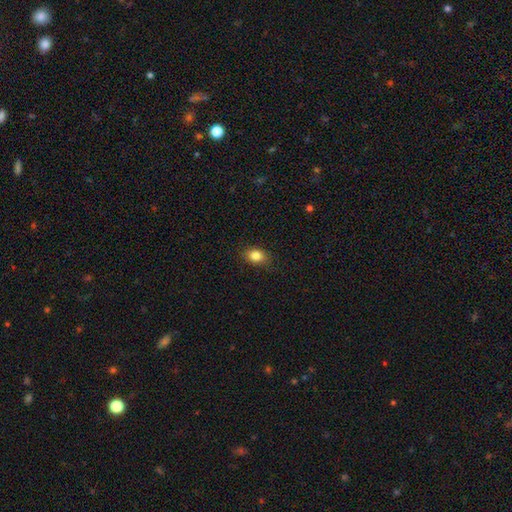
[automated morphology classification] Overall: smooth (84%). How rounded: in between (74%). Merging: none (86%).